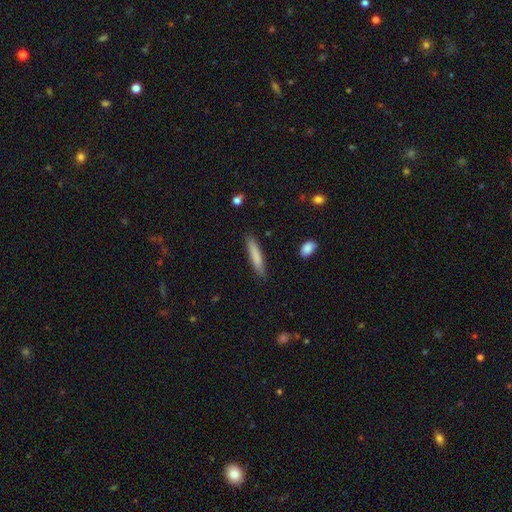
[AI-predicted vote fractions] This appears to be a smooth galaxy with no disk features (80%) that is cigar-shaped (91%). Merging: none (87%).